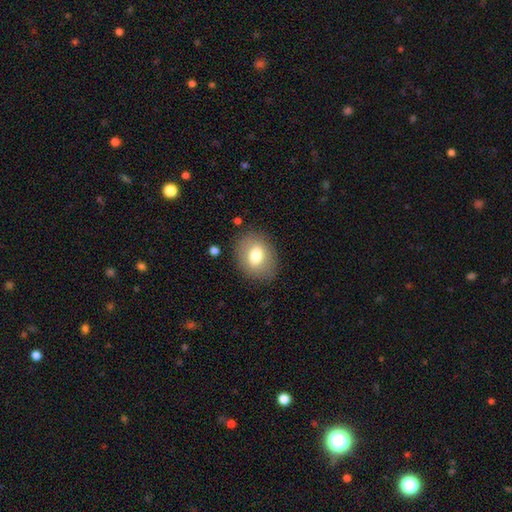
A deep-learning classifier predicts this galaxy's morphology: type=smooth (73%); roundness=in between (65%); merging=none (82%).